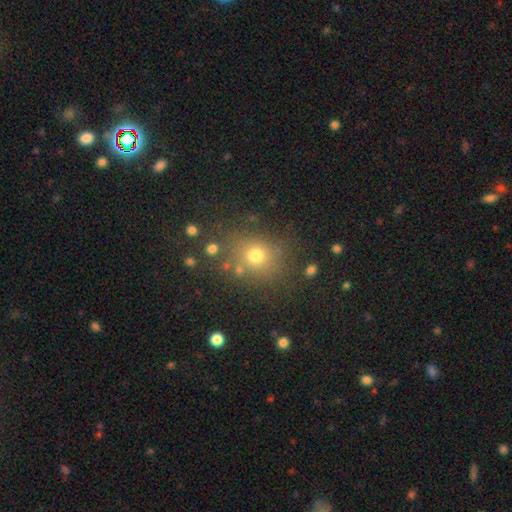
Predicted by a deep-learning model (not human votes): A smooth galaxy with no disk features (71%) that is round (78%). Merging: none (78%).